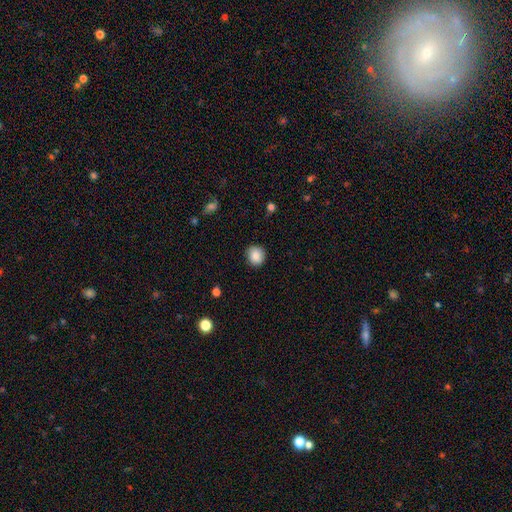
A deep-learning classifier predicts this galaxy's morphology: A smooth galaxy with no disk features (86%) that is round (83%).

Vote fractions:
- Smooth or featured? smooth: 86% / star or artifact: 9% / featured or disk: 5%
- How rounded? round: 83% / in between: 16% / cigar-shaped: 1%
- Merging? none: 89% / minor disturbance: 8% / major disturbance: 2% / merger: 1%